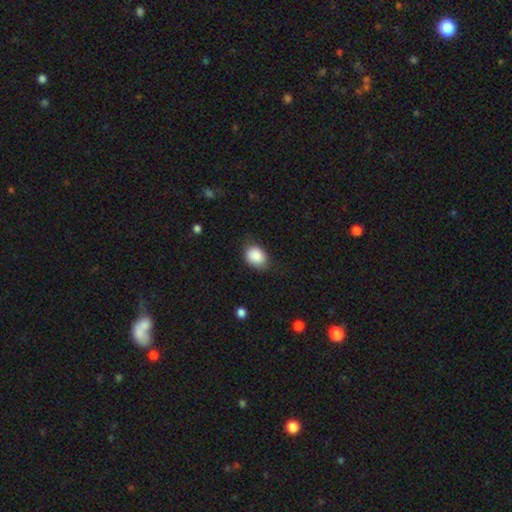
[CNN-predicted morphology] The model was most divided on "how rounded": in between: 62%, round: 37%, cigar-shaped: 1%. More confident: smooth or featured — smooth (87%); merging — none (71%).